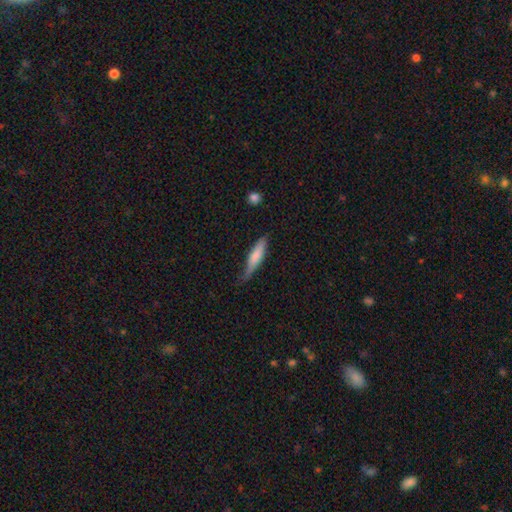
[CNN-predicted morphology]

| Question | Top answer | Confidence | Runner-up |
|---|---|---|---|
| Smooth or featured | smooth | 70% | featured or disk (25%) |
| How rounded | cigar-shaped | 76% | in between (22%) |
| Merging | none | 55% | minor disturbance (34%) |